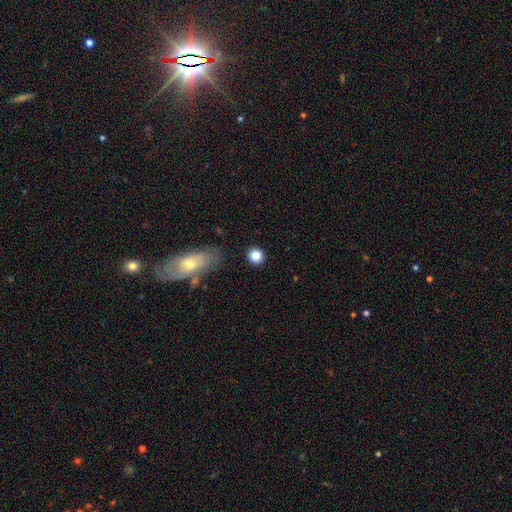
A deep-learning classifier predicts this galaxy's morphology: Smooth or featured?
  - smooth: 85% *
  - star or artifact: 9%
  - featured or disk: 5%
How rounded?
  - round: 90% *
  - in between: 9%
  - cigar-shaped: 1%
Merging?
  - none: 87% *
  - minor disturbance: 7%
  - major disturbance: 3%
  - merger: 2%